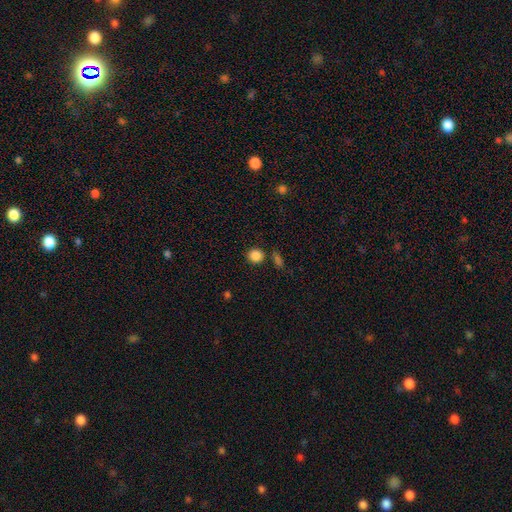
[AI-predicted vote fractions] smooth 86%, star or artifact 11%, featured or disk 4%. Down the decision tree: how rounded — round (88%); merging — none (82%).